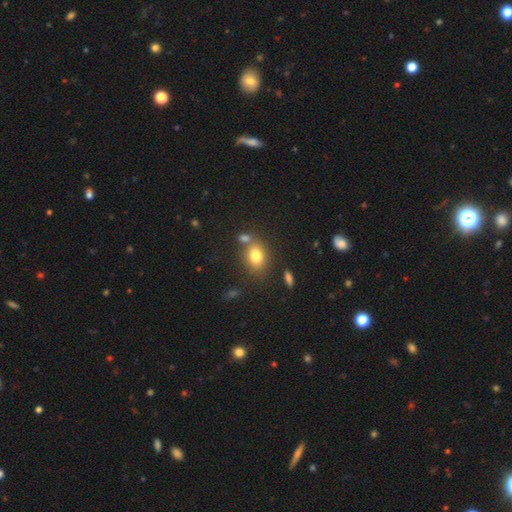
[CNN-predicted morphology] Q: Smooth or featured?
A: smooth (78%); runner-up: star or artifact (11%)
Q: How rounded?
A: in between (60%); runner-up: round (38%)
Q: Merging?
A: none (61%); runner-up: merger (21%)